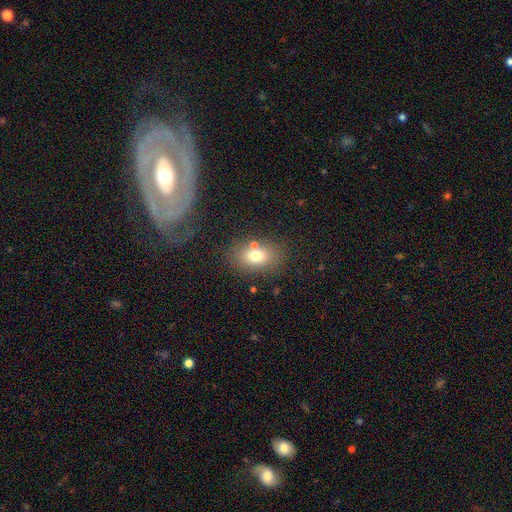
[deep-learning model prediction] smooth 73%, featured or disk 15%, star or artifact 11%. Down the decision tree: how rounded — in between (75%); merging — none (70%).